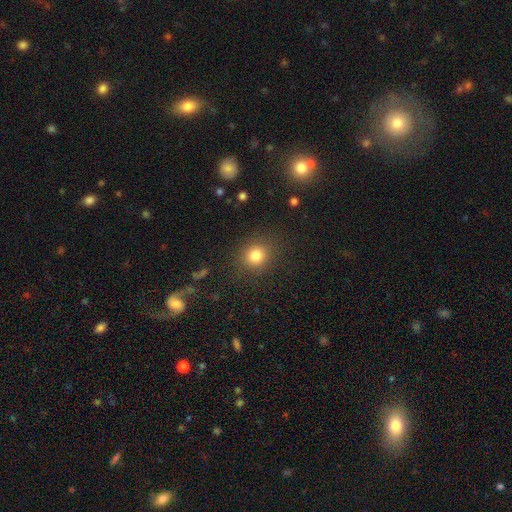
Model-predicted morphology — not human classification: This appears to be a smooth galaxy with no disk features (82%) that is round (83%). Merging: none (85%).